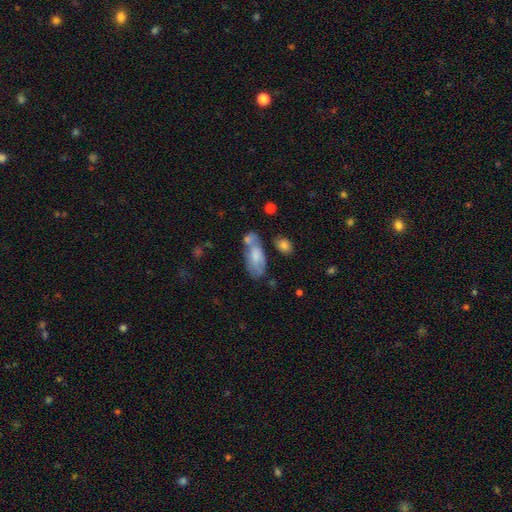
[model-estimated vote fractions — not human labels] smooth 67%, featured or disk 26%, star or artifact 7%. Down the decision tree: how rounded — in between (85%); merging — none (38%).